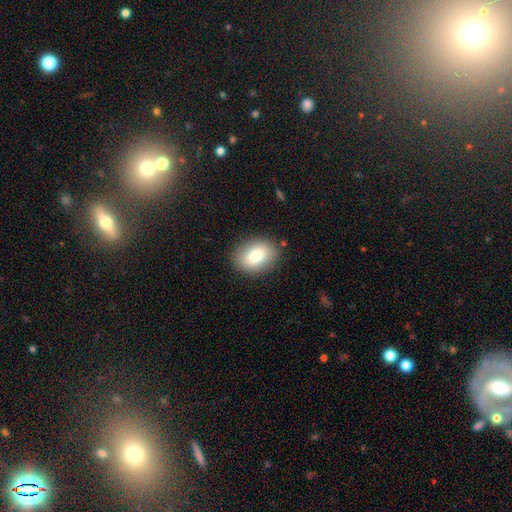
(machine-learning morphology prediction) Smooth or featured?
  - smooth: 81% *
  - featured or disk: 11%
  - star or artifact: 8%
How rounded?
  - in between: 74% *
  - round: 25%
  - cigar-shaped: 1%
Merging?
  - none: 86% *
  - minor disturbance: 10%
  - major disturbance: 3%
  - merger: 1%